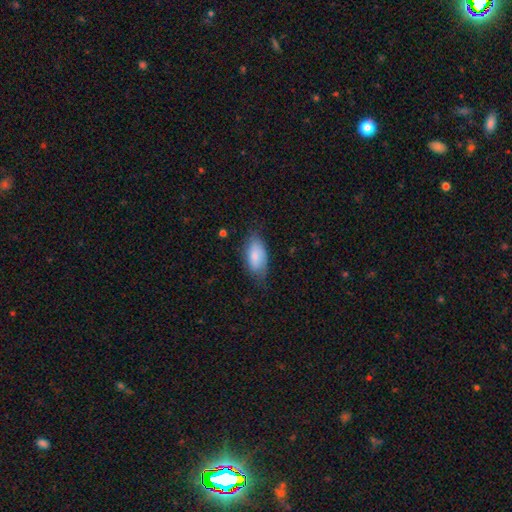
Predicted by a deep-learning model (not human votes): Smooth or featured? Predicted: smooth (p=0.79). How rounded? Predicted: in between (p=0.92). Merging? Predicted: none (p=0.64).